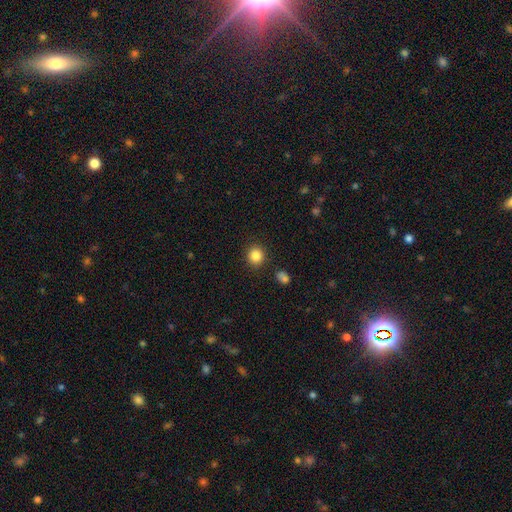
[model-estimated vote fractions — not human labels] Smooth or featured? Predicted: smooth (p=0.85). How rounded? Predicted: round (p=0.87). Merging? Predicted: none (p=0.90).